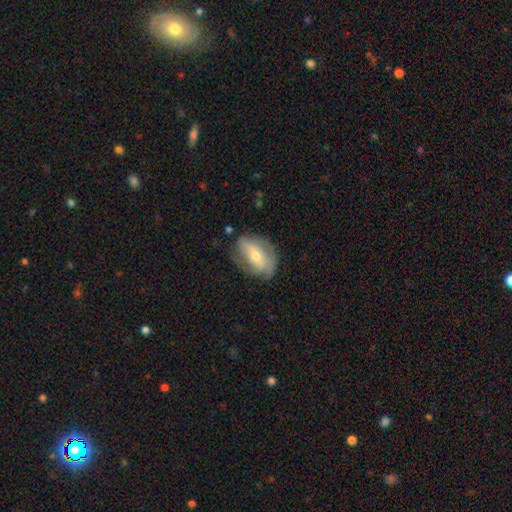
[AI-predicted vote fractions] Morphology: type=featured or disk (58%); edge-on=no (91%); bar=weak (34%, tied with no); spiral arms=yes (65%); bulge=moderate (52%); merging=none (65%).